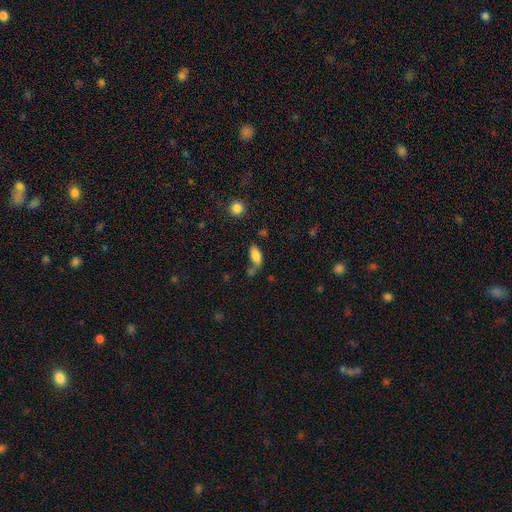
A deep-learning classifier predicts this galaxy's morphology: The model was most divided on "merging": none: 55%, minor disturbance: 19%, merger: 19%, major disturbance: 7%. More confident: how rounded — in between (87%); smooth or featured — smooth (82%).